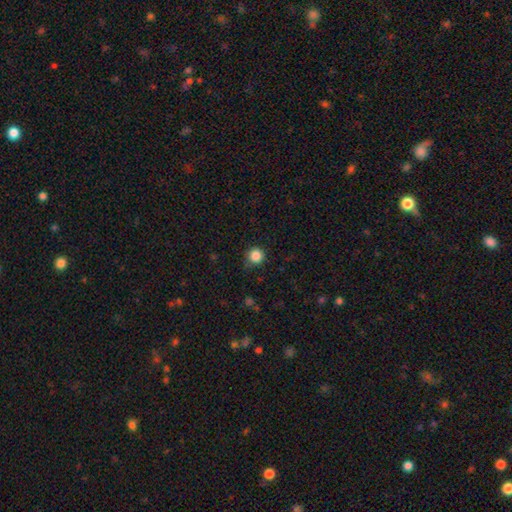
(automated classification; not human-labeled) Q: Smooth or featured?
A: smooth (85%); runner-up: star or artifact (11%)
Q: How rounded?
A: round (95%); runner-up: in between (4%)
Q: Merging?
A: none (83%); runner-up: minor disturbance (13%)